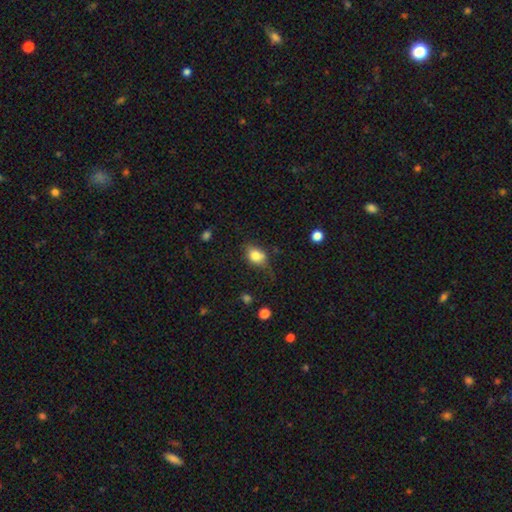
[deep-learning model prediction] smooth 77%, featured or disk 13%, star or artifact 10%. Down the decision tree: how rounded — in between (67%); merging — none (56%).